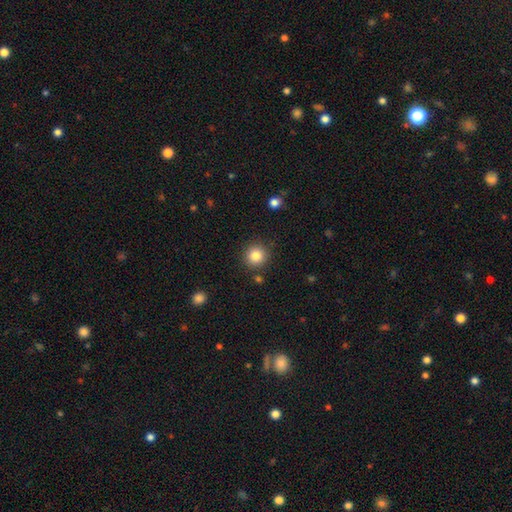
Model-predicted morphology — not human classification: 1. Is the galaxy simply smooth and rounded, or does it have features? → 83% smooth, 11% star or artifact, 6% featured or disk.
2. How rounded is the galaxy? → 93% round, 6% in between, 1% cigar-shaped.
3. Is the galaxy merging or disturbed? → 88% none, 7% minor disturbance, 3% merger, 2% major disturbance.